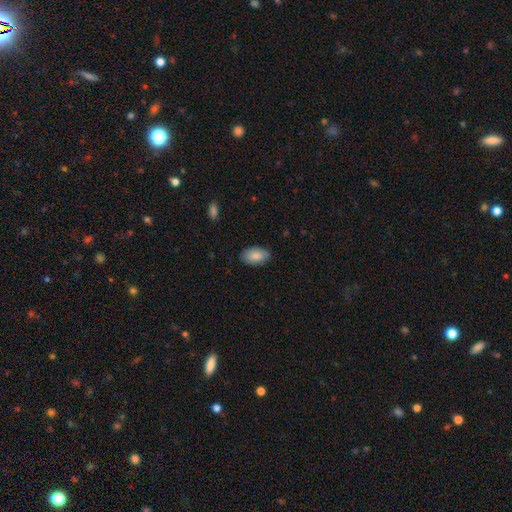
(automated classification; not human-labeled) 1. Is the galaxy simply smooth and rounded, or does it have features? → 85% smooth, 8% featured or disk, 6% star or artifact.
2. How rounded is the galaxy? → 94% in between, 5% round, 2% cigar-shaped.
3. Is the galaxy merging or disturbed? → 84% none, 13% minor disturbance, 2% major disturbance, 1% merger.